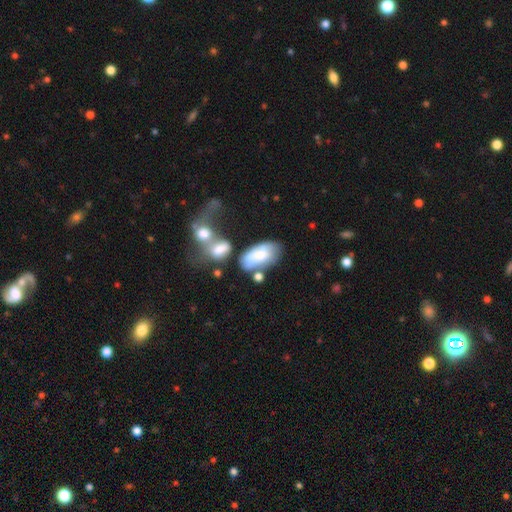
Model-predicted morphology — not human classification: A smooth galaxy with no disk features (37%). Merging: merger (41%).